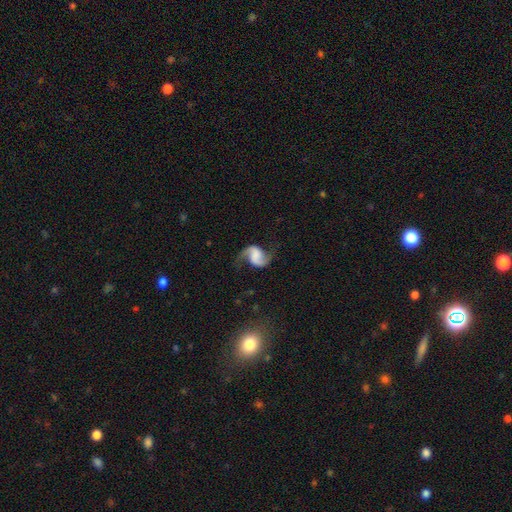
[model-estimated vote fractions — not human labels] smooth_or_featured: featured or disk (p=0.86) [alt: smooth p=0.08]
disk_edge_on: no (p=0.98) [alt: yes p=0.02]
bar: no (p=0.49) [alt: weak p=0.35]
has_spiral_arms: yes (p=0.97) [alt: no p=0.03]
spiral_winding: loose (p=0.61) [alt: medium p=0.32]
spiral_arm_count: 2 (p=0.93) [alt: 1 p=0.03]
bulge_size: none (p=0.52) [alt: large p=0.17]
merging: none (p=0.72) [alt: minor disturbance p=0.16]